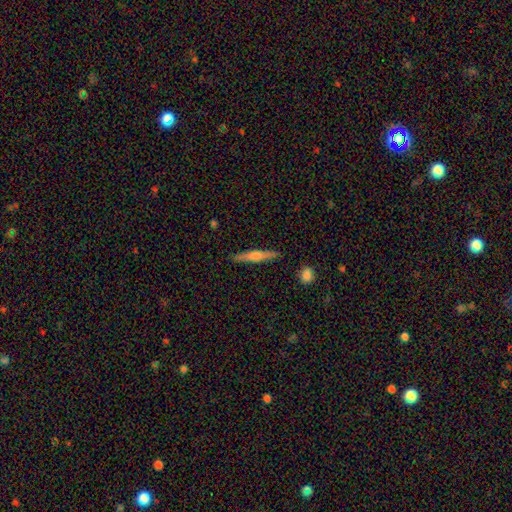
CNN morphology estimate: smooth_or_featured: featured or disk (p=0.54) [alt: smooth p=0.40]
disk_edge_on: yes (p=0.97) [alt: no p=0.03]
edge_on_bulge: rounded (p=0.76) [alt: none p=0.12]
merging: none (p=0.90) [alt: minor disturbance p=0.07]